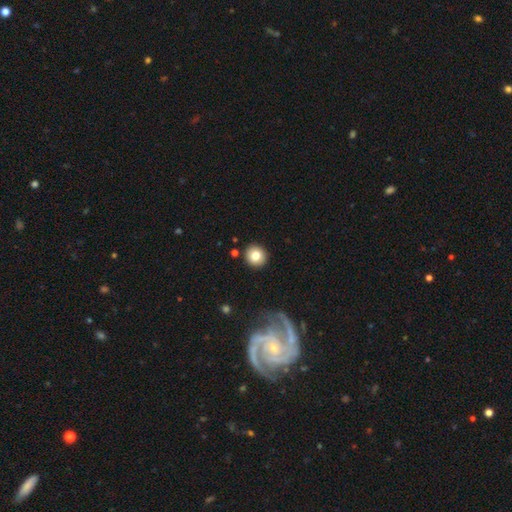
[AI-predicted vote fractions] smooth 79%, featured or disk 11%, star or artifact 10%. Down the decision tree: how rounded — round (89%); merging — none (90%).